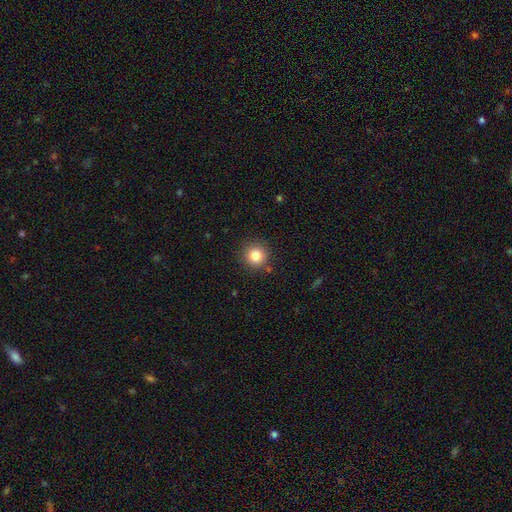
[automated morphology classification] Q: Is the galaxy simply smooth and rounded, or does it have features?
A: smooth — 83%.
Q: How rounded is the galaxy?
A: round — 94%.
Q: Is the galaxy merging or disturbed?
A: none — 88%.